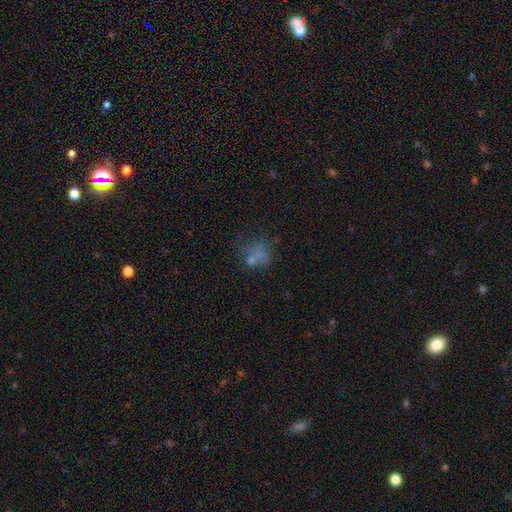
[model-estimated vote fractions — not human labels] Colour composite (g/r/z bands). It shows a smooth galaxy with no disk features (57%) that is round (61%). Merging: none (42%).